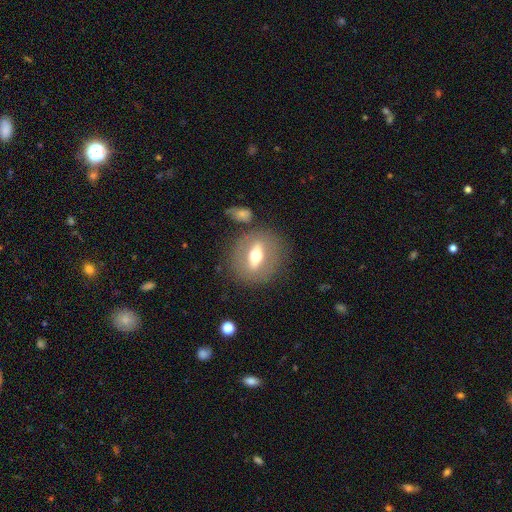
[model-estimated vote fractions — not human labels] A featured or disk galaxy (58%).

Vote fractions:
- Smooth or featured? featured or disk: 58% / smooth: 35% / star or artifact: 7%
- Edge-on disk? no: 58% / yes: 42%
- Merging? none: 79% / minor disturbance: 10% / merger: 6% / major disturbance: 5%